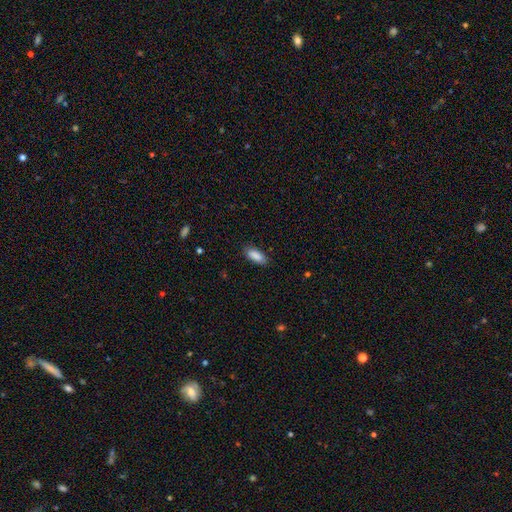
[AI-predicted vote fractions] smooth-or-featured: smooth: 88% | star or artifact: 7% | featured or disk: 5%
  how-rounded: in between: 82% | cigar-shaped: 17% | round: 2%
  merging: none: 84% | minor disturbance: 12% | major disturbance: 2% | merger: 1%